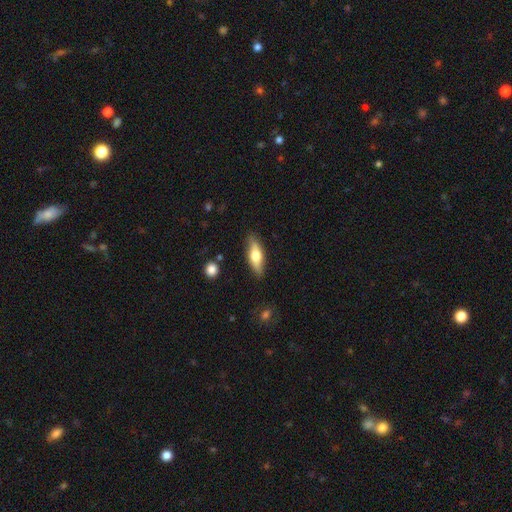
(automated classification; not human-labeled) Overall: smooth (55%; featured or disk 39%). How rounded: in between (54%; cigar-shaped 44%). Merging: none (85%).